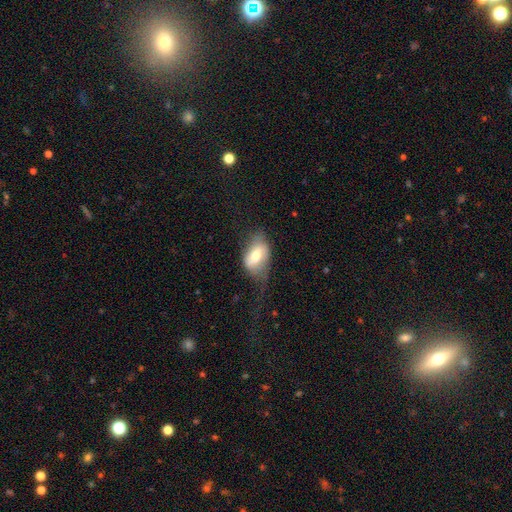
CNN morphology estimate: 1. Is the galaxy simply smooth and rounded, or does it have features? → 64% smooth, 29% featured or disk, 7% star or artifact.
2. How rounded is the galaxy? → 91% in between, 7% round, 3% cigar-shaped.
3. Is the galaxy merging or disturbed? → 36% none, 31% minor disturbance, 31% major disturbance, 2% merger.